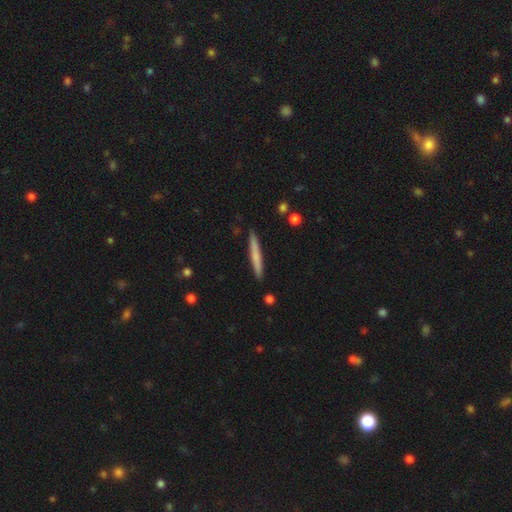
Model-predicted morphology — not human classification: A smooth galaxy with no disk features (67%) that is cigar-shaped (97%).

Vote fractions:
- Smooth or featured? smooth: 67% / featured or disk: 27% / star or artifact: 5%
- How rounded? cigar-shaped: 97% / in between: 2% / round: 1%
- Merging? none: 91% / minor disturbance: 7% / merger: 1% / major disturbance: 1%